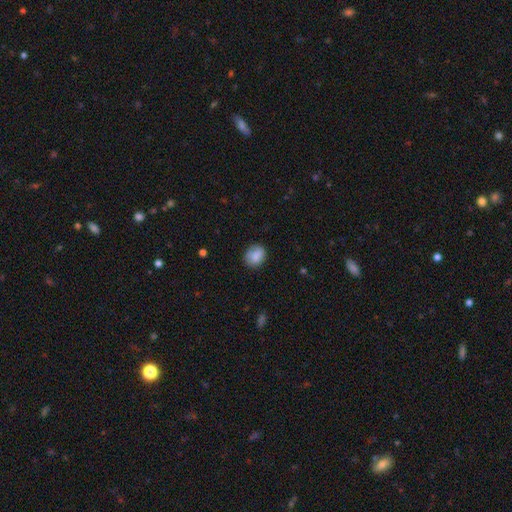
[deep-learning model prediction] smooth-or-featured: smooth: 82% | featured or disk: 10% | star or artifact: 8%
  how-rounded: round: 58% | in between: 41% | cigar-shaped: 1%
  merging: none: 75% | minor disturbance: 19% | major disturbance: 5% | merger: 1%